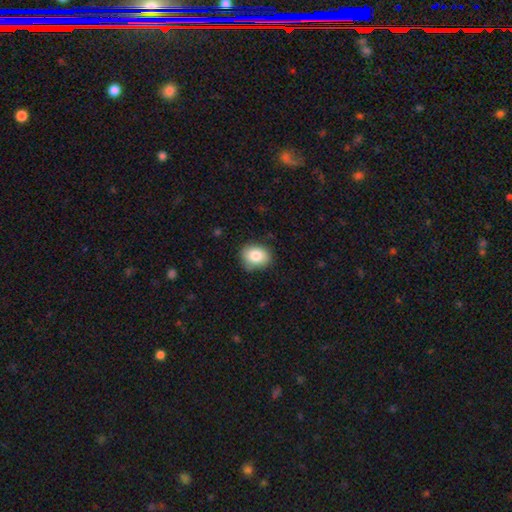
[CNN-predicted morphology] type=smooth (83%); roundness=round (52%); merging=none (80%).